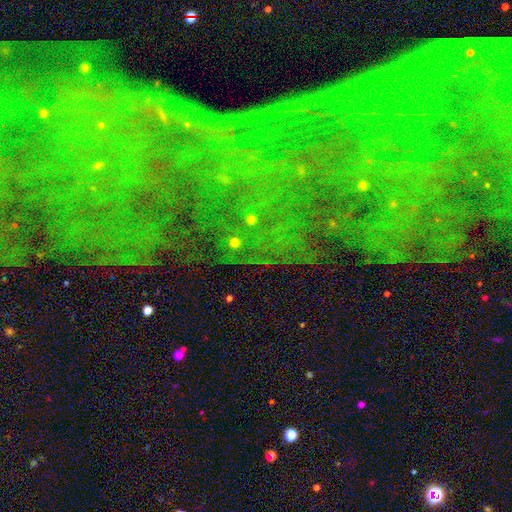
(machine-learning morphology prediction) Smooth or featured? Predicted: star or artifact (p=0.81).